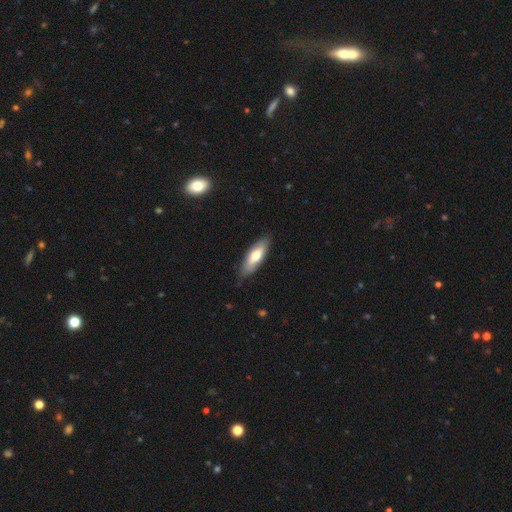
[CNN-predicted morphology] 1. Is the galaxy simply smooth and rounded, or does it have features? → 65% smooth, 30% featured or disk, 5% star or artifact.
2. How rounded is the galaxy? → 62% in between, 36% cigar-shaped, 2% round.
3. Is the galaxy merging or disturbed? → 83% none, 13% minor disturbance, 2% major disturbance, 1% merger.